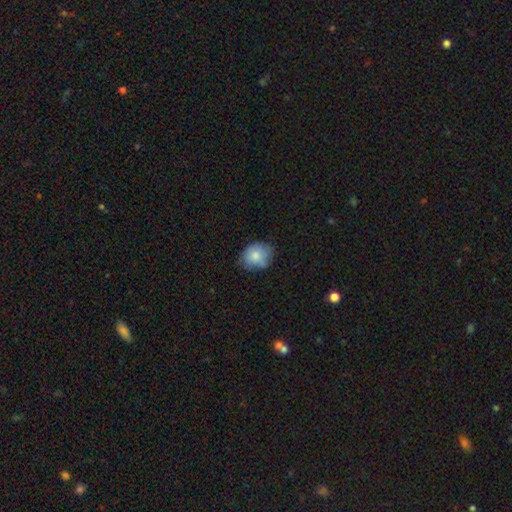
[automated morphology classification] type=smooth (80%); roundness=round (54%); merging=none (63%).